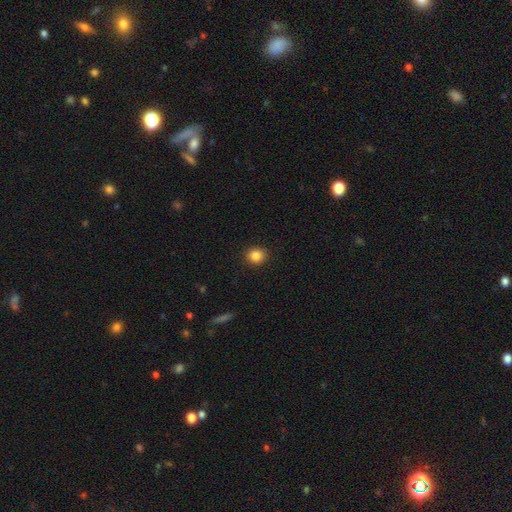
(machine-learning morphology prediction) The model was most divided on "how rounded": round: 83%, in between: 16%, cigar-shaped: 1%. More confident: merging — none (91%); smooth or featured — smooth (86%).